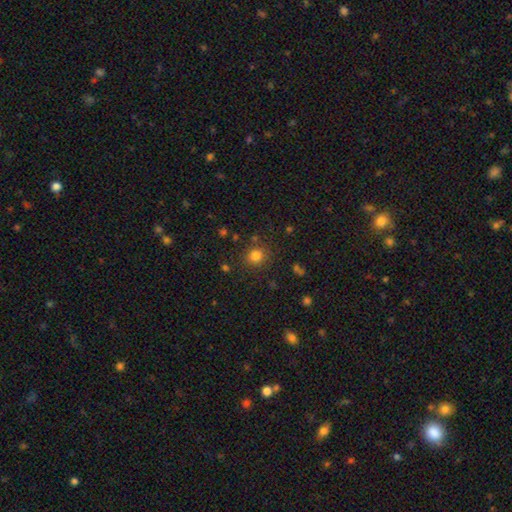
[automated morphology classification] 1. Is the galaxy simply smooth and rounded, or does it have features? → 80% smooth, 15% star or artifact, 6% featured or disk.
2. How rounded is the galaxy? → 86% round, 13% in between, 1% cigar-shaped.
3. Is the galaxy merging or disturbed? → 83% none, 10% minor disturbance, 4% merger, 4% major disturbance.